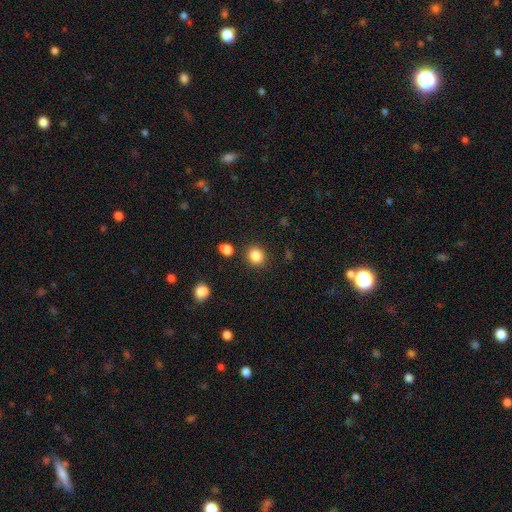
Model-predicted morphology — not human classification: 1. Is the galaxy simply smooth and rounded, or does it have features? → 85% smooth, 11% star or artifact, 5% featured or disk.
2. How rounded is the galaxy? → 80% round, 19% in between, 1% cigar-shaped.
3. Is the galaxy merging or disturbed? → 85% none, 8% minor disturbance, 4% merger, 3% major disturbance.